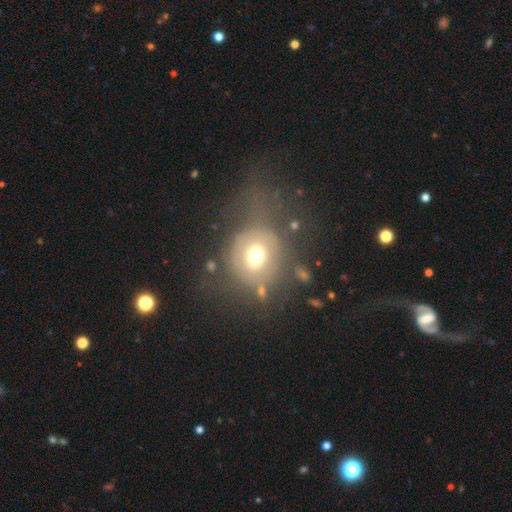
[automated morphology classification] Smooth or featured? smooth (61%)
How rounded? round (75%)
Merging? none (42%)